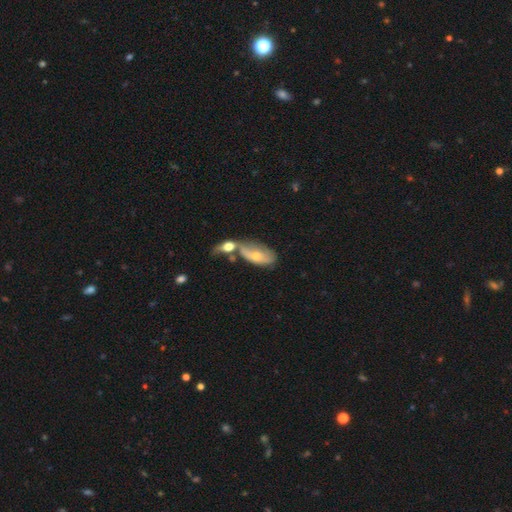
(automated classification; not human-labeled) Overall: smooth (53%; featured or disk 40%). How rounded: in between (87%). Merging: merger (56%; none 19%).